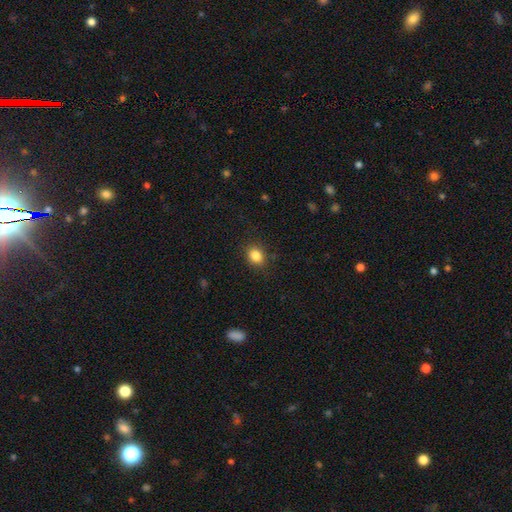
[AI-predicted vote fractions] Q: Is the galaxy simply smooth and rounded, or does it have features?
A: smooth — 85%.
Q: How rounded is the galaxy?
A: round — 54%.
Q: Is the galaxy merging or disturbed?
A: none — 86%.